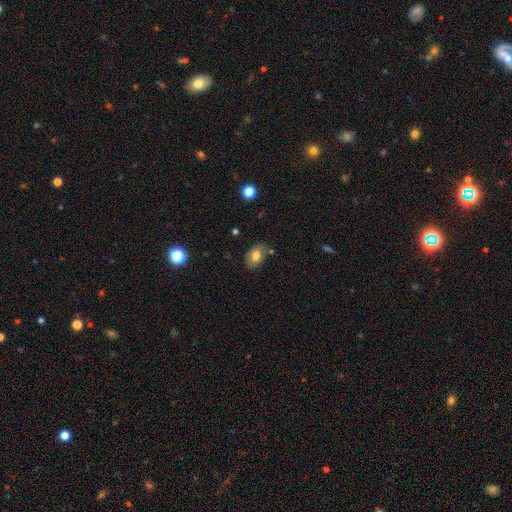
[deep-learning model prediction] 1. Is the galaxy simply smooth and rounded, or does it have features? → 72% smooth, 19% featured or disk, 9% star or artifact.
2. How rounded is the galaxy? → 83% in between, 16% round, 1% cigar-shaped.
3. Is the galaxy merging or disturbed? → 73% none, 17% minor disturbance, 5% merger, 4% major disturbance.